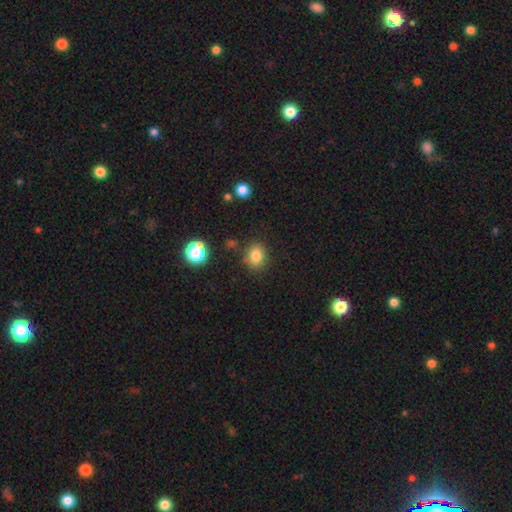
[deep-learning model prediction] Overall: smooth (81%). How rounded: round (59%; in between 40%). Merging: none (83%).